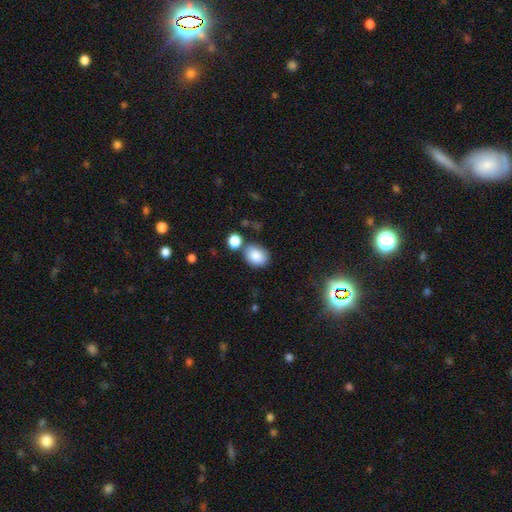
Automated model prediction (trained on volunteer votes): Smooth or featured?
  - smooth: 85% *
  - star or artifact: 9%
  - featured or disk: 7%
How rounded?
  - in between: 63% *
  - round: 36%
  - cigar-shaped: 1%
Merging?
  - none: 69% *
  - minor disturbance: 15%
  - merger: 12%
  - major disturbance: 4%